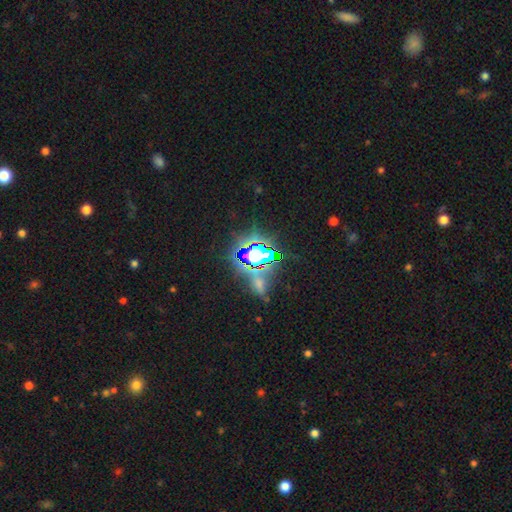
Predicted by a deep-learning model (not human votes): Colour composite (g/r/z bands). It shows a star or artifact, not a galaxy (81%).